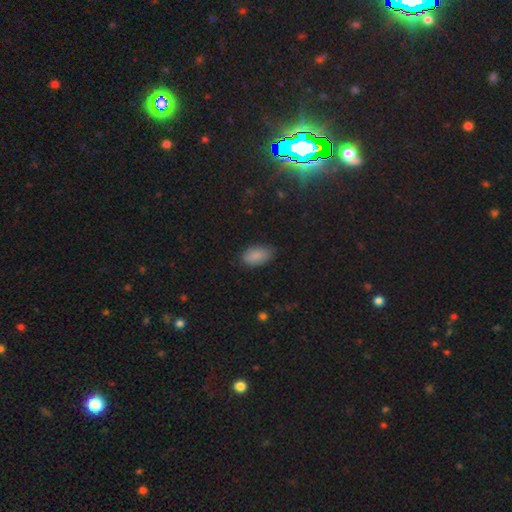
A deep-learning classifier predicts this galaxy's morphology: type=smooth (87%); roundness=in between (93%); merging=none (79%).